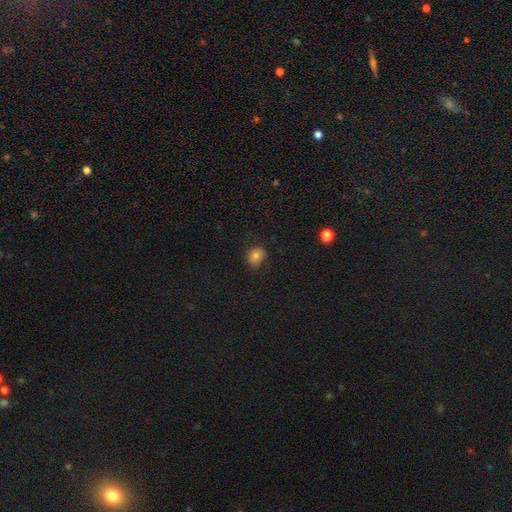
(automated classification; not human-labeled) This is likely a smooth galaxy (79%). How rounded: possibly round (59%). Merging: likely none (74%).